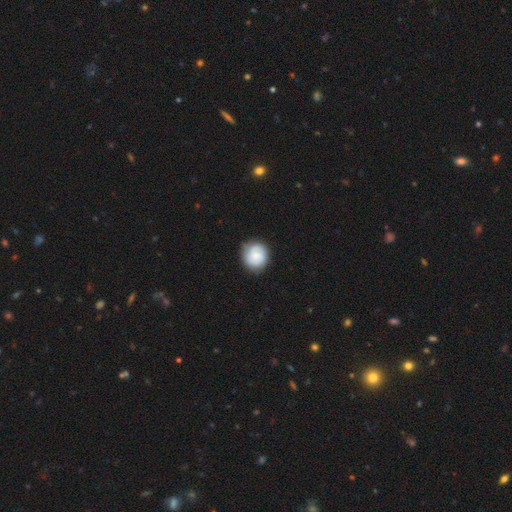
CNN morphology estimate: Smooth or featured: smooth — 66% (featured or disk — 27%)
How rounded: round — 89% (in between — 10%)
Merging: none — 81% (minor disturbance — 14%)